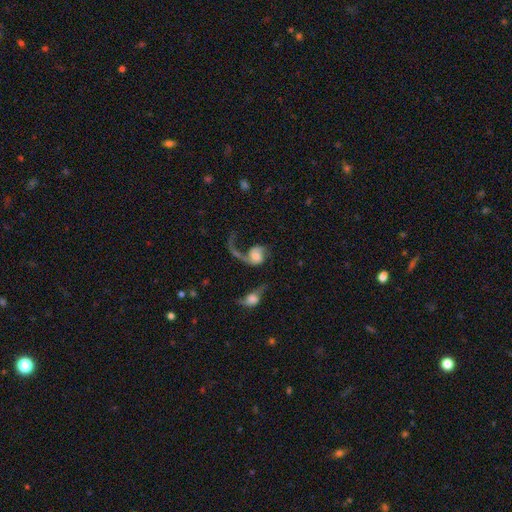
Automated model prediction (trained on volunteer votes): Q: Smooth or featured?
A: featured or disk (69%); runner-up: smooth (24%)
Q: Edge-on disk?
A: no (97%); runner-up: yes (3%)
Q: Bar?
A: no (71%); runner-up: weak (24%)
Q: Spiral arms?
A: yes (87%); runner-up: no (13%)
Q: Spiral winding?
A: loose (79%); runner-up: medium (16%)
Q: Spiral arm count?
A: 1 (68%); runner-up: 2 (25%)
Q: Bulge size?
A: moderate (41%); runner-up: small (28%)
Q: Merging?
A: major disturbance (38%); runner-up: merger (29%)